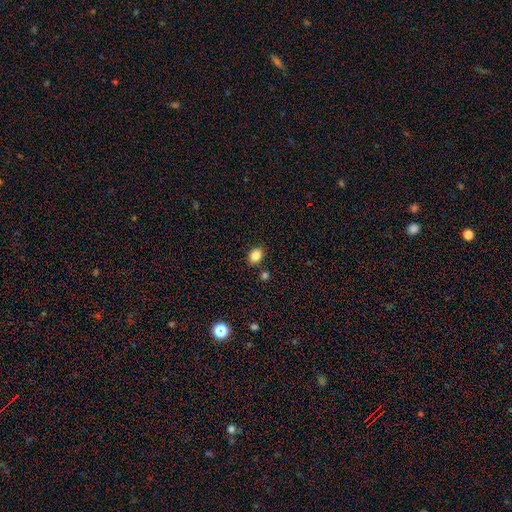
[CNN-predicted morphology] The model was most divided on "how rounded": in between: 61%, round: 38%, cigar-shaped: 1%. More confident: merging — none (84%); smooth or featured — smooth (84%).